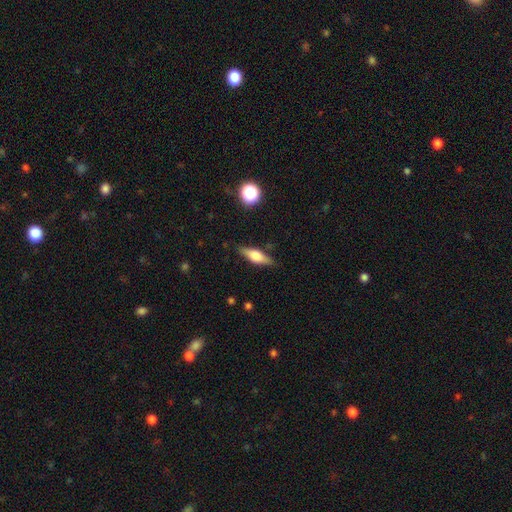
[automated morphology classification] Q: Smooth or featured?
A: featured or disk (47%); runner-up: smooth (45%)
Q: Merging?
A: none (84%); runner-up: minor disturbance (11%)